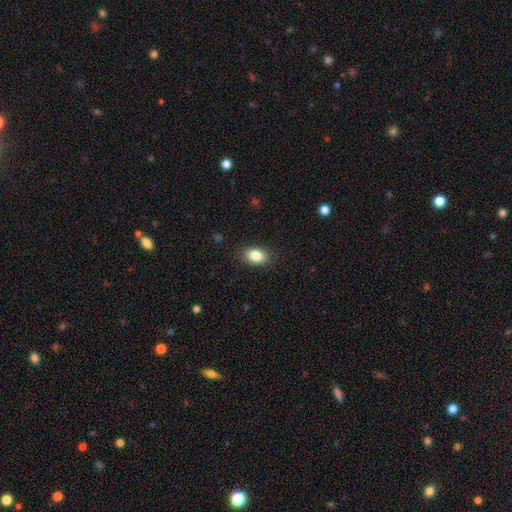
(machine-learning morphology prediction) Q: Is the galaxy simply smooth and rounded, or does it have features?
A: smooth — 85%.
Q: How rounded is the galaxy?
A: in between — 88%.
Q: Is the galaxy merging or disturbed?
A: none — 87%.